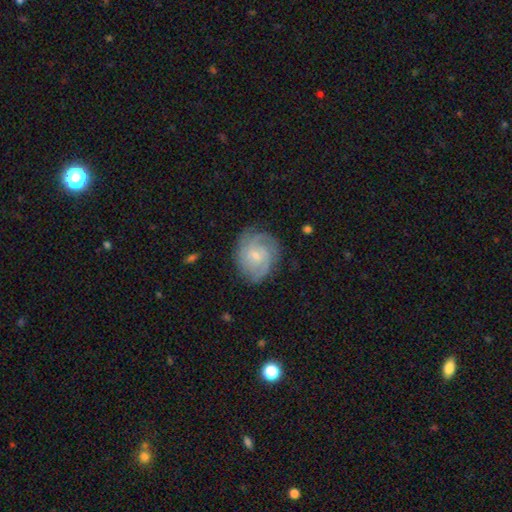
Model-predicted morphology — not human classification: Smooth or featured? Predicted: featured or disk (p=0.75). Edge-on disk? Predicted: no (p=0.98). Bar? Predicted: no (p=0.64). Spiral arms? Predicted: yes (p=0.94). Spiral winding? Predicted: tight (p=0.56). Spiral arm count? Predicted: 3 (p=0.29). Bulge size? Predicted: small (p=0.71). Merging? Predicted: none (p=0.75).